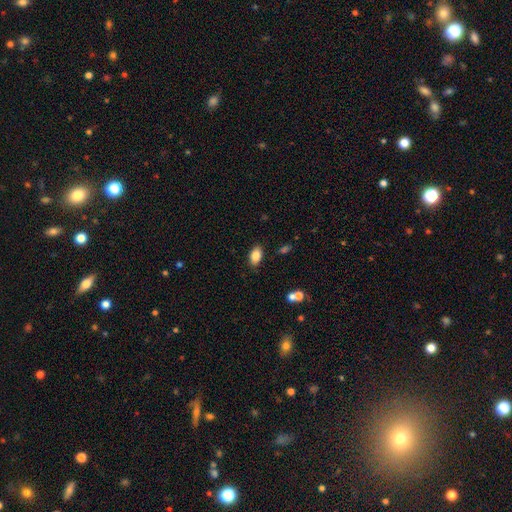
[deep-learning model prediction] Smooth or featured? smooth (84%)
How rounded? in between (90%)
Merging? none (85%)